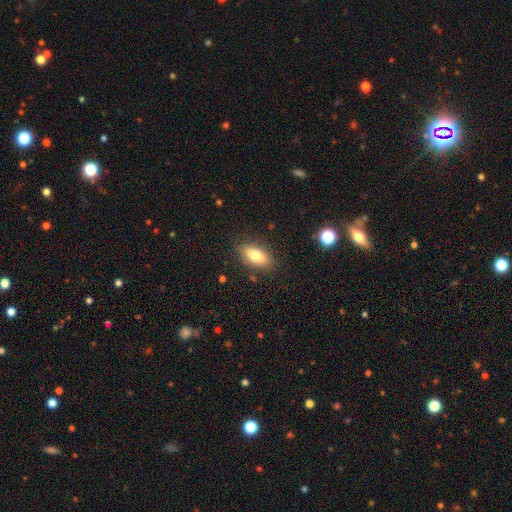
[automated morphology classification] smooth 76%, featured or disk 16%, star or artifact 8%. Down the decision tree: how rounded — in between (83%); merging — none (84%).